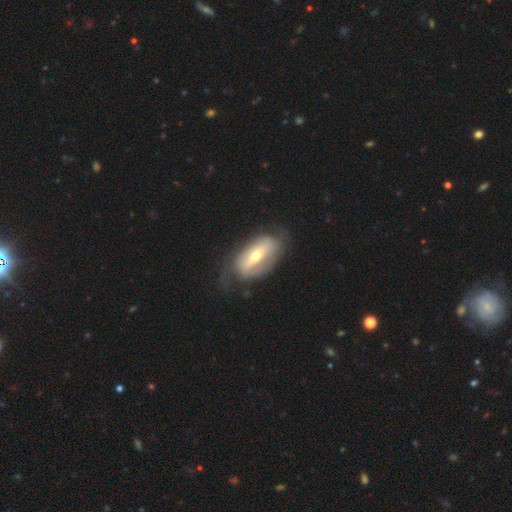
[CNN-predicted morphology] smooth-or-featured: featured or disk: 62% | smooth: 32% | star or artifact: 6%
  disk-edge-on: no: 84% | yes: 16%
    bar: strong: 49% | no: 26% | weak: 25%
    has-spiral-arms: no: 52% | yes: 48%
    bulge-size: moderate: 52% | small: 42% | large: 3% | dominant: 1% | none: 1%
  merging: none: 59% | minor disturbance: 25% | major disturbance: 14% | merger: 2%